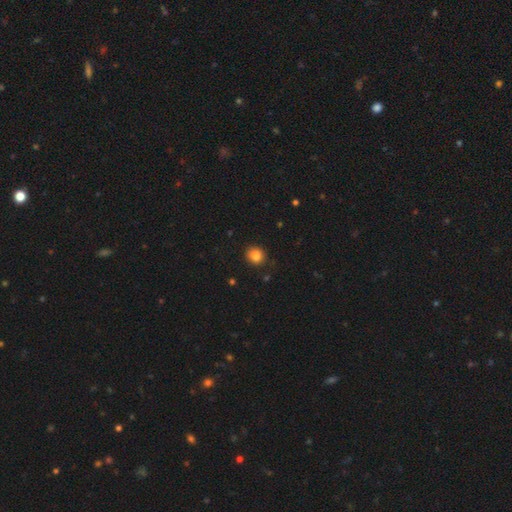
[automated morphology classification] Q: Smooth or featured?
A: smooth (85%); runner-up: star or artifact (11%)
Q: How rounded?
A: round (82%); runner-up: in between (17%)
Q: Merging?
A: none (84%); runner-up: minor disturbance (12%)